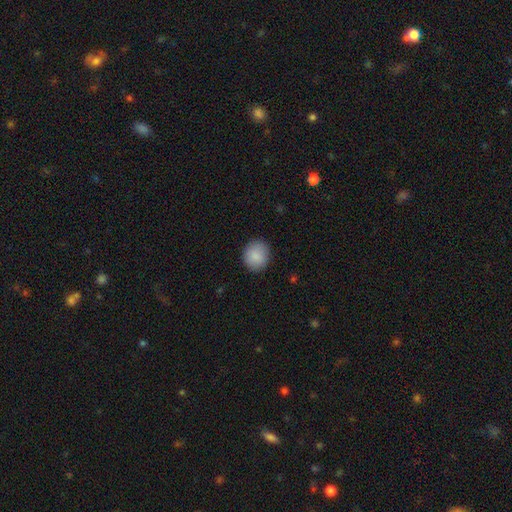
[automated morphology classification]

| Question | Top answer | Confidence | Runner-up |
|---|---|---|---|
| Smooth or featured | smooth | 88% | star or artifact (7%) |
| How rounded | round | 81% | in between (18%) |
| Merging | none | 88% | minor disturbance (8%) |